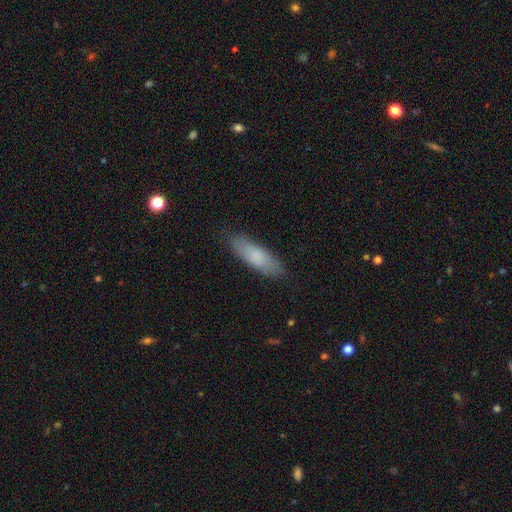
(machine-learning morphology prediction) This is likely a smooth galaxy (80%). How rounded: possibly in between (50%). Merging: clearly none (84%).